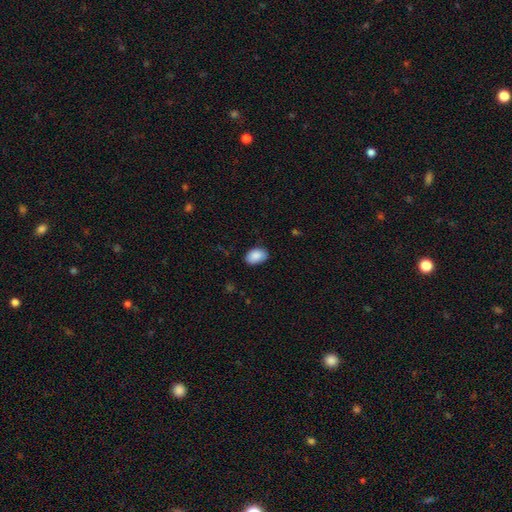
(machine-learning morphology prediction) A smooth galaxy with no disk features (89%) that is in between round and cigar-shaped (87%). Merging: none (84%).